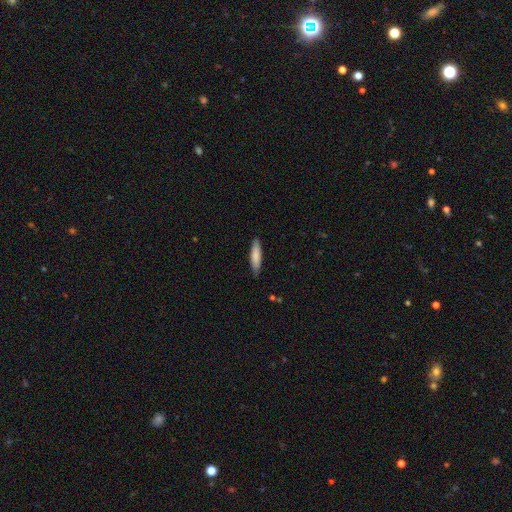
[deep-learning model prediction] The model was most divided on "how rounded": cigar-shaped: 78%, in between: 21%, round: 1%. More confident: merging — none (85%); smooth or featured — smooth (81%).